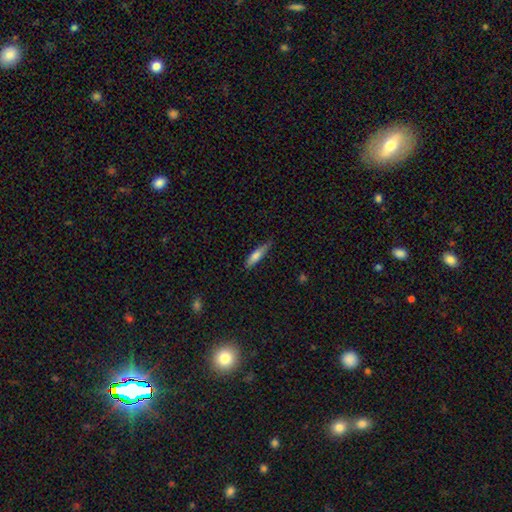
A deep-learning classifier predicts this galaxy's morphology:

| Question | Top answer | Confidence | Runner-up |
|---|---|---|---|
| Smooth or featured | smooth | 72% | featured or disk (22%) |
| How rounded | cigar-shaped | 72% | in between (26%) |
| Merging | none | 72% | minor disturbance (22%) |